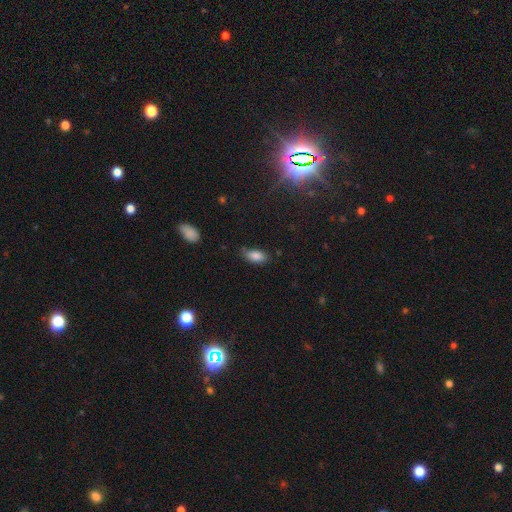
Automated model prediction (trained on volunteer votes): Overall: smooth (84%). How rounded: in between (87%). Merging: none (74%).